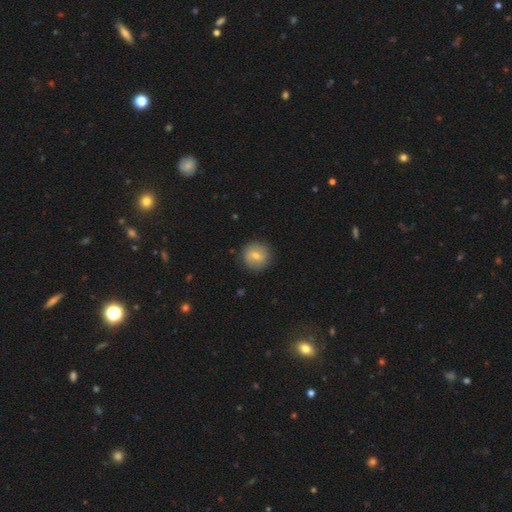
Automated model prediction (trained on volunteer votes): smooth_or_featured: smooth (p=0.64) [alt: featured or disk p=0.28]
how_rounded: round (p=0.91) [alt: in between p=0.08]
merging: none (p=0.87) [alt: minor disturbance p=0.09]